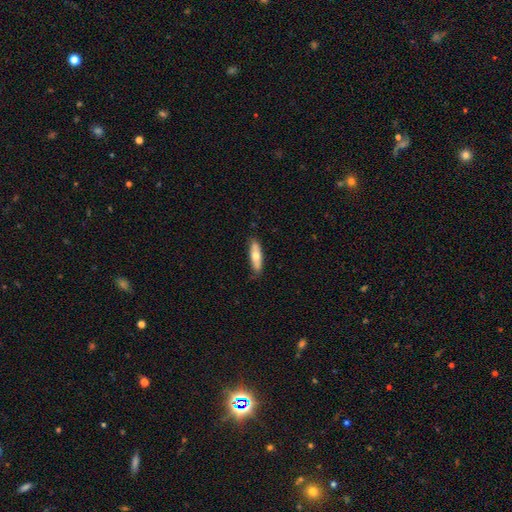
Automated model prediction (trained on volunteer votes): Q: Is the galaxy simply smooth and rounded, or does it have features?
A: smooth — 64%.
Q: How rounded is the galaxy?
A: cigar-shaped — 59%.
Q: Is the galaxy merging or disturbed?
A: none — 79%.